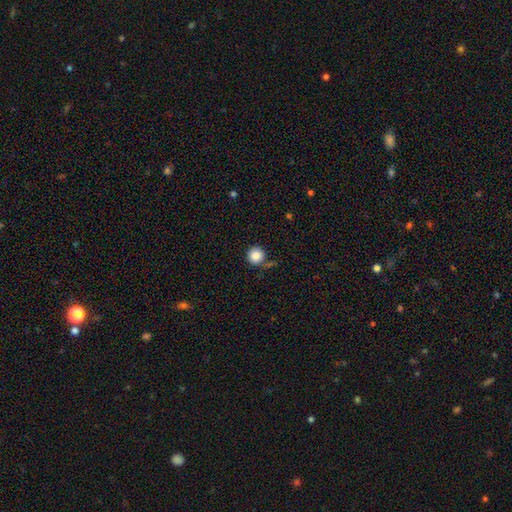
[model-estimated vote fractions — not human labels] Overall: smooth (86%). How rounded: round (95%). Merging: none (71%).